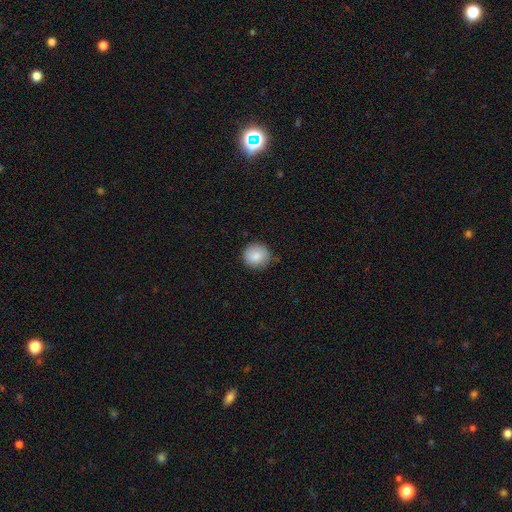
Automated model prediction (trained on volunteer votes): Overall: smooth (86%). How rounded: round (91%). Merging: none (82%).